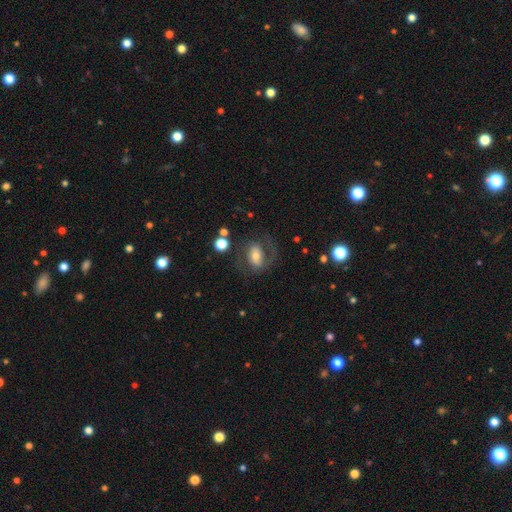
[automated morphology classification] Overall: featured or disk (62%; smooth 30%). Edge-on disk: no (96%). Bar: weak (36%, tied with no). Spiral arms: yes (81%). Bulge size: moderate (54%; small 28%). Merging: none (61%).